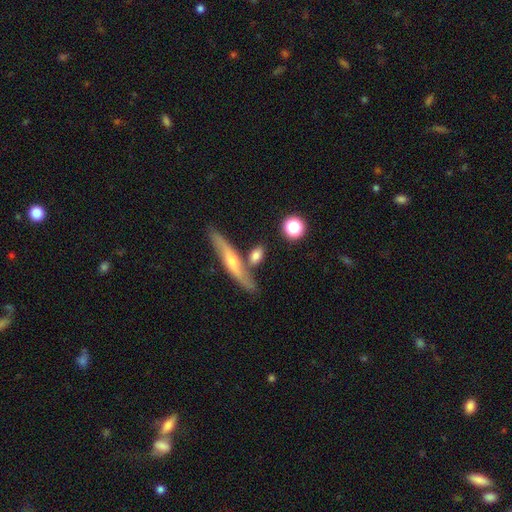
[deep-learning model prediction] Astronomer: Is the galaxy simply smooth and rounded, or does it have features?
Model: smooth — 58% (runner-up: featured or disk, 35%).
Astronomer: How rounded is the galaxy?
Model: in between — 46% (runner-up: cigar-shaped, 42%).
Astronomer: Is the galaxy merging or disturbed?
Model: none — 62%.